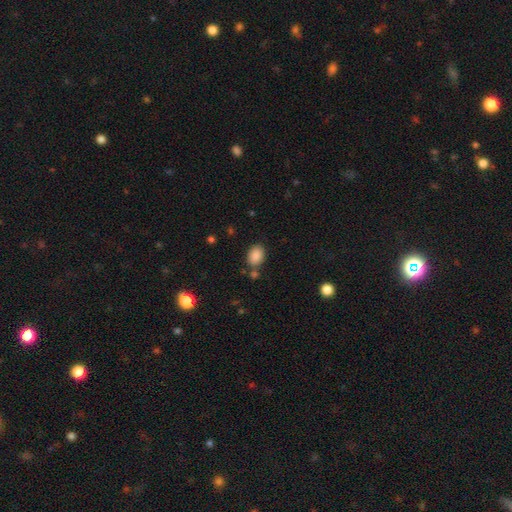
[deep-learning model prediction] Smooth or featured? Predicted: smooth (p=0.87). How rounded? Predicted: in between (p=0.76). Merging? Predicted: none (p=0.75).